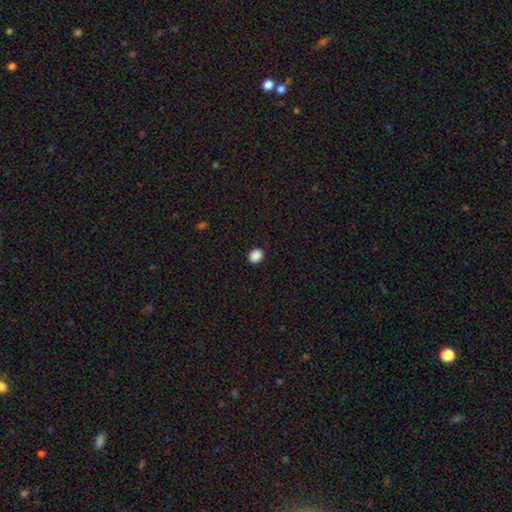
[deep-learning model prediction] Smooth or featured? Predicted: smooth (p=0.89). How rounded? Predicted: round (p=0.58). Merging? Predicted: none (p=0.90).